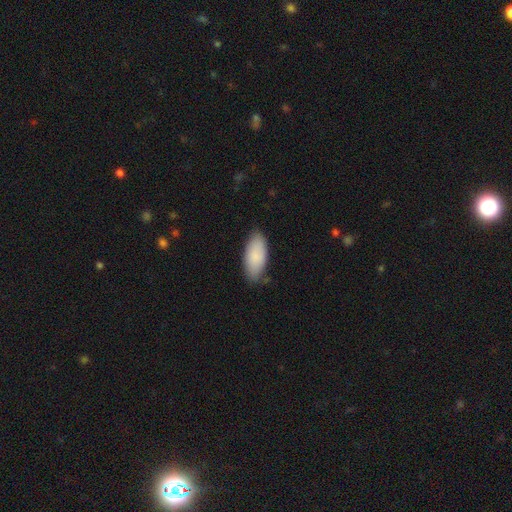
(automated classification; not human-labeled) smooth_or_featured: smooth (p=0.87) [alt: featured or disk p=0.07]
how_rounded: in between (p=0.89) [alt: cigar-shaped p=0.09]
merging: none (p=0.79) [alt: minor disturbance p=0.17]